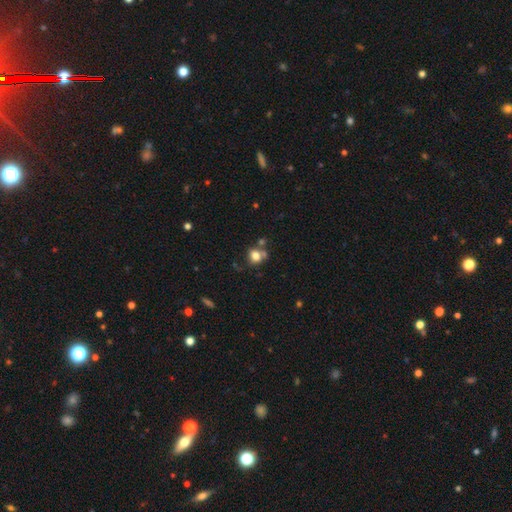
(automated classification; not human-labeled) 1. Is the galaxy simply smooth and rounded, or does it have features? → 77% smooth, 12% star or artifact, 11% featured or disk.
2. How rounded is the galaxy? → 65% round, 34% in between, 1% cigar-shaped.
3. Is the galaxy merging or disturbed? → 56% none, 23% merger, 16% minor disturbance, 6% major disturbance.